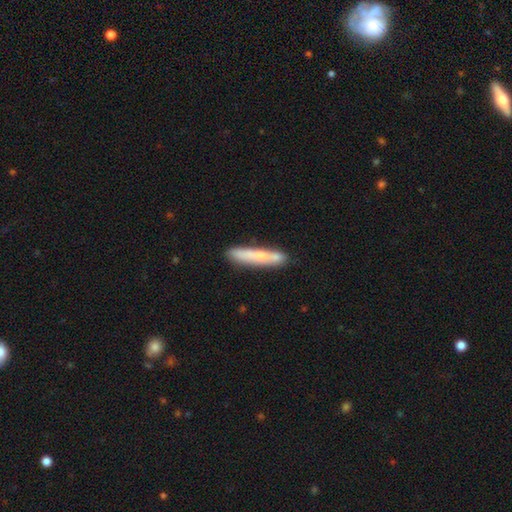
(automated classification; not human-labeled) Smooth or featured? Predicted: smooth (p=0.67). How rounded? Predicted: cigar-shaped (p=0.92). Merging? Predicted: none (p=0.74).